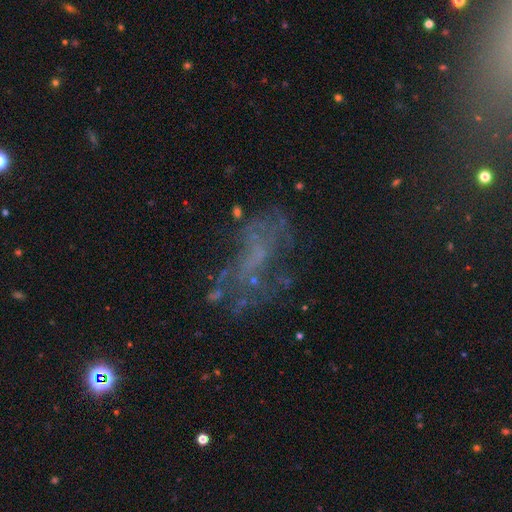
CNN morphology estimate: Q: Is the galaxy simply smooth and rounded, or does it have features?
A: featured or disk — 51%.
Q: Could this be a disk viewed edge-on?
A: no — 93%.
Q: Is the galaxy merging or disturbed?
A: none — 45%.